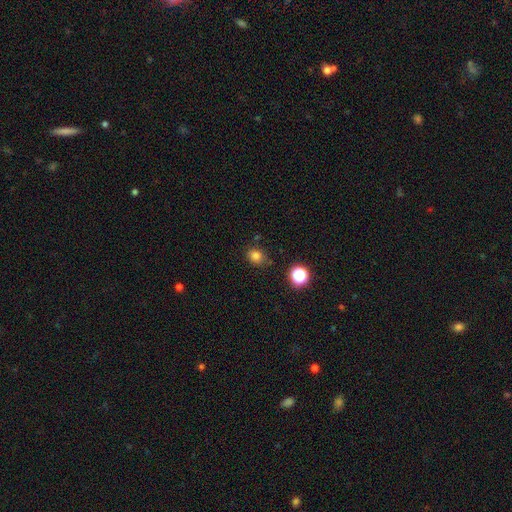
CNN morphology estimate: A smooth galaxy with no disk features (80%) that is round (68%).

Vote fractions:
- Smooth or featured? smooth: 80% / star or artifact: 15% / featured or disk: 5%
- How rounded? round: 68% / in between: 31% / cigar-shaped: 1%
- Merging? none: 78% / minor disturbance: 14% / merger: 4% / major disturbance: 4%